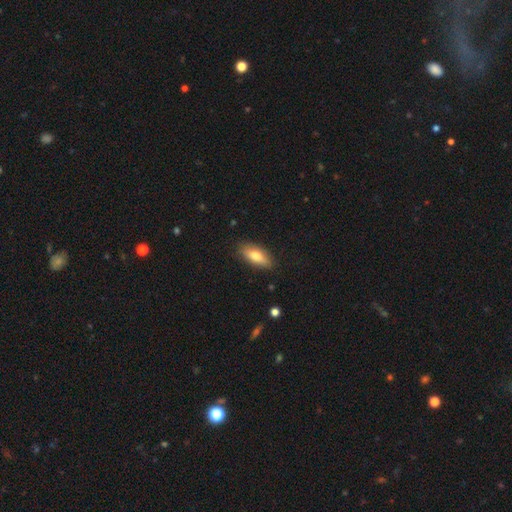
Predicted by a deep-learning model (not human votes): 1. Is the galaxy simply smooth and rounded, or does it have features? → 76% smooth, 18% featured or disk, 6% star or artifact.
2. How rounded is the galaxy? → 79% in between, 18% cigar-shaped, 3% round.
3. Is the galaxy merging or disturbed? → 85% none, 12% minor disturbance, 2% major disturbance, 1% merger.